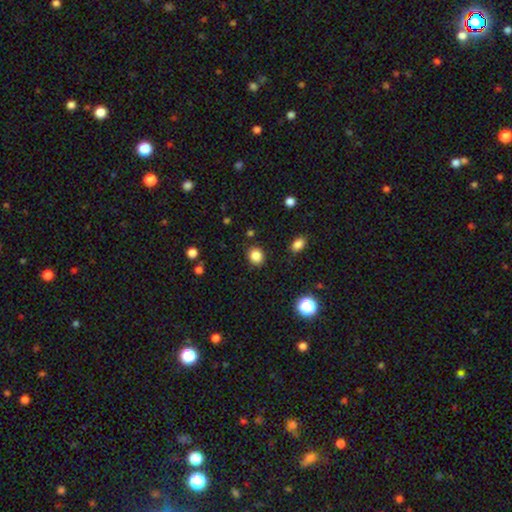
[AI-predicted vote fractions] smooth 85%, star or artifact 11%, featured or disk 4%. Down the decision tree: how rounded — round (71%); merging — none (87%).